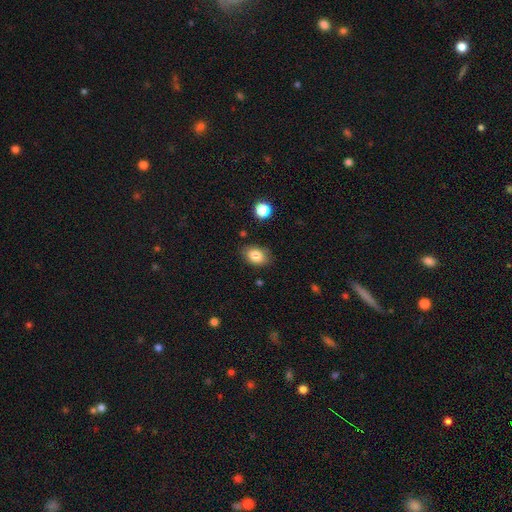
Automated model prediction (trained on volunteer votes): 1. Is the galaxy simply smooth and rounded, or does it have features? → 84% smooth, 9% star or artifact, 7% featured or disk.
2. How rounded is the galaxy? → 79% in between, 20% round, 1% cigar-shaped.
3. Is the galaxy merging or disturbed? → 82% none, 13% minor disturbance, 3% major disturbance, 2% merger.